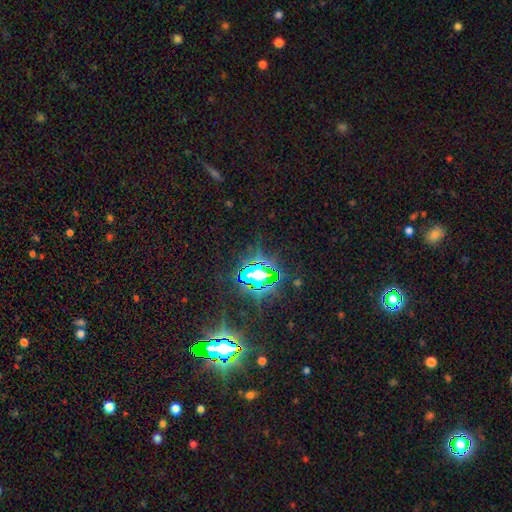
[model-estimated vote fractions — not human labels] A star or artifact, not a galaxy (81%).